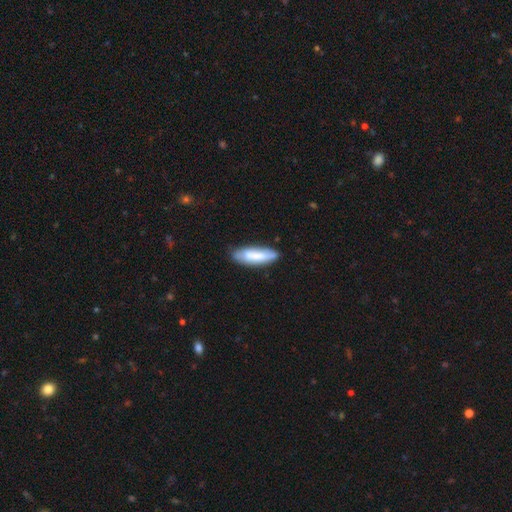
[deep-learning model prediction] smooth 66%, featured or disk 28%, star or artifact 6%. Down the decision tree: how rounded — cigar-shaped (52%); merging — none (69%).